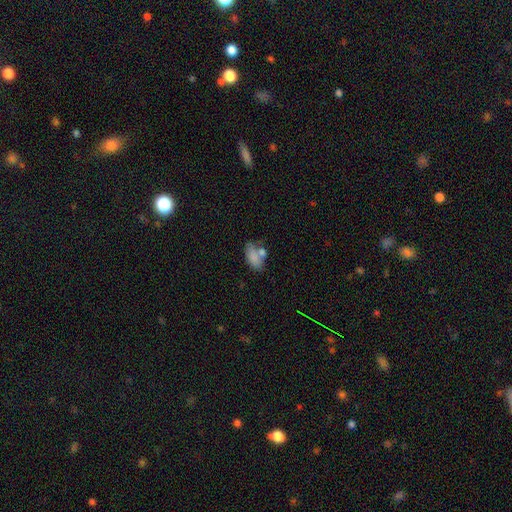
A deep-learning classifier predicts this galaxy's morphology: smooth_or_featured: smooth (p=0.78) [alt: featured or disk p=0.13]
how_rounded: in between (p=0.89) [alt: round p=0.06]
merging: none (p=0.40) [alt: merger p=0.33]